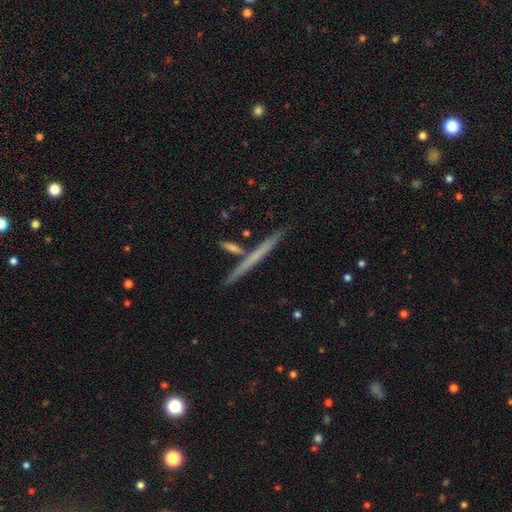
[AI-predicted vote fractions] Morphology: type=featured or disk (49%); merging=none (87%).